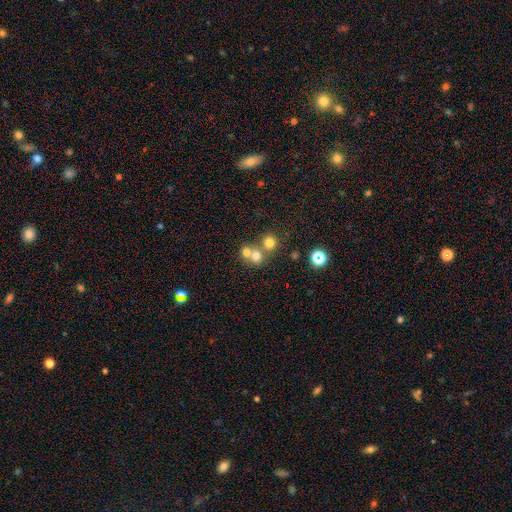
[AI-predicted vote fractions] Smooth or featured? Predicted: smooth (p=0.69). How rounded? Predicted: round (p=0.82). Merging? Predicted: merger (p=0.52).